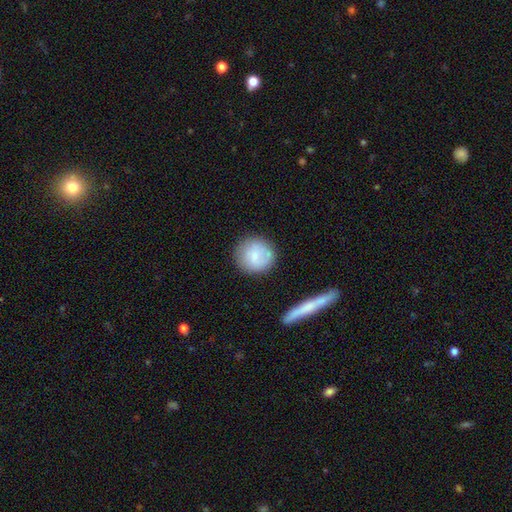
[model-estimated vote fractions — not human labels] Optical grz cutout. It shows a smooth galaxy with no disk features (76%) that is round (92%). Merging: none (77%).